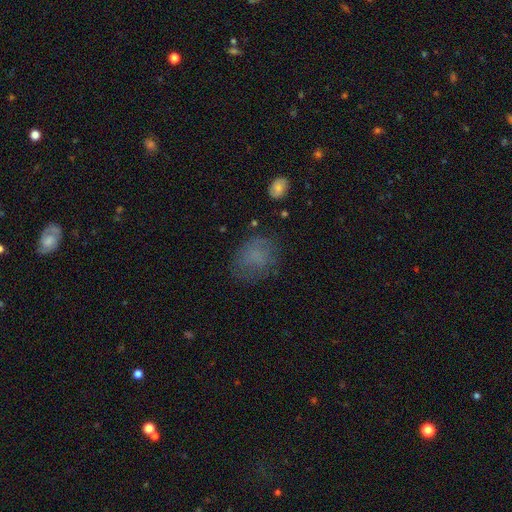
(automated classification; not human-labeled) Smooth or featured? Predicted: smooth (p=0.66). How rounded? Predicted: in between (p=0.50). Merging? Predicted: none (p=0.64).